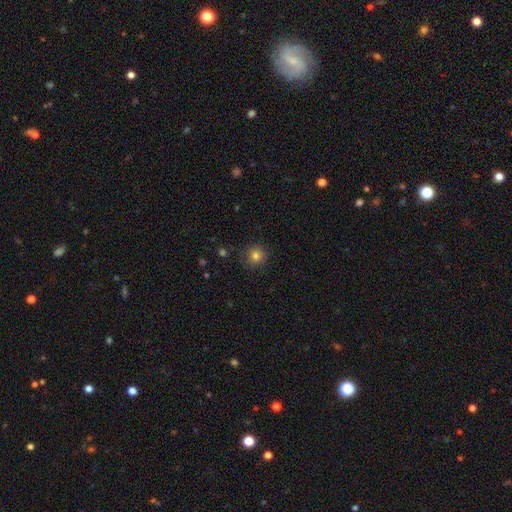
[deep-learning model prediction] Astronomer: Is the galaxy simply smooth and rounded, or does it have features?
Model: smooth — 81%.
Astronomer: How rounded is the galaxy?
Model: round — 93%.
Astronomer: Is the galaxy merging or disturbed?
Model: none — 87%.